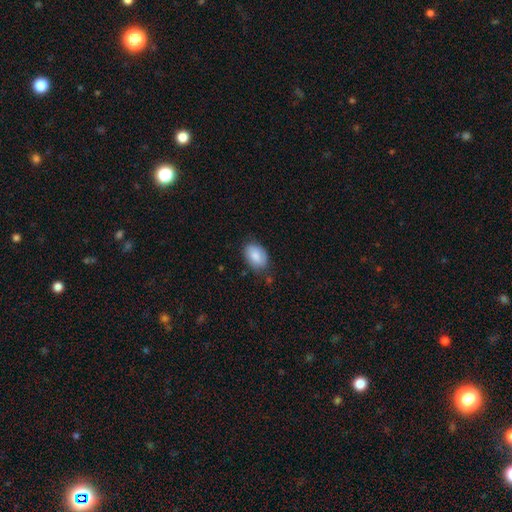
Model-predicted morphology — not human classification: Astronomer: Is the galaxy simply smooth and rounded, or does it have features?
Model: smooth — 83%.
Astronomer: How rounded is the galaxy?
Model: in between — 88%.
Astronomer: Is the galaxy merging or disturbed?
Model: none — 76%.